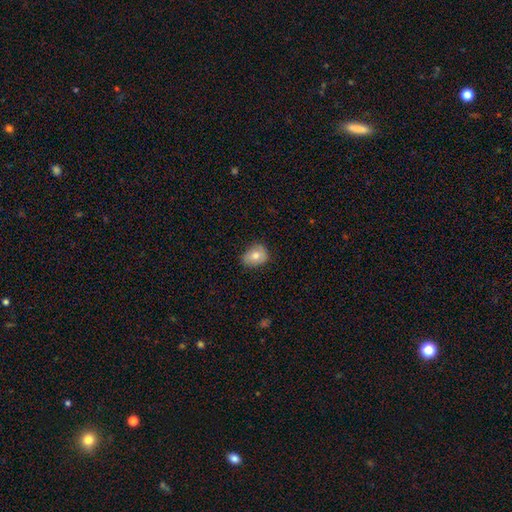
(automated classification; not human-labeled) Smooth or featured?
  - smooth: 74% *
  - featured or disk: 18%
  - star or artifact: 8%
How rounded?
  - in between: 52% *
  - round: 47%
  - cigar-shaped: 1%
Merging?
  - none: 74% *
  - minor disturbance: 21%
  - major disturbance: 4%
  - merger: 1%